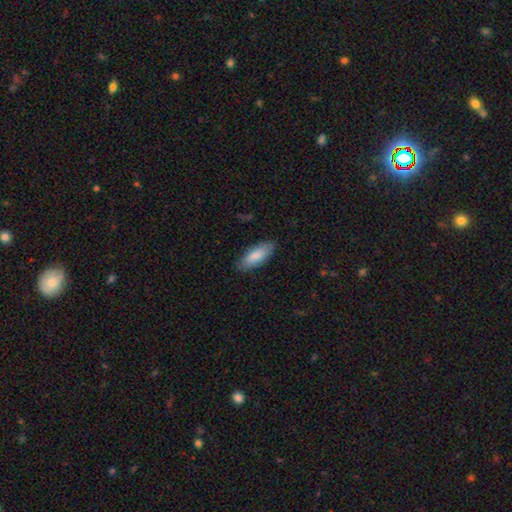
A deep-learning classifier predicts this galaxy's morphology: A smooth galaxy with no disk features (85%) that is in between round and cigar-shaped (78%).

Vote fractions:
- Smooth or featured? smooth: 85% / featured or disk: 10% / star or artifact: 5%
- How rounded? in between: 78% / cigar-shaped: 20% / round: 2%
- Merging? none: 84% / minor disturbance: 12% / major disturbance: 2% / merger: 1%